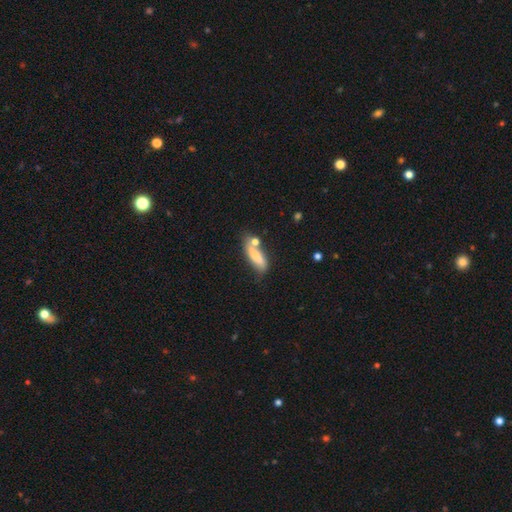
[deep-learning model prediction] Smooth or featured? Predicted: smooth (p=0.66). How rounded? Predicted: cigar-shaped (p=0.48, tied with in between). Merging? Predicted: none (p=0.47).